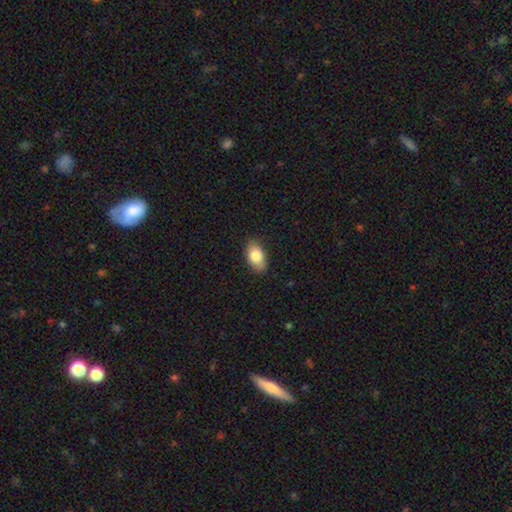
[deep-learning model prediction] This appears to be a smooth galaxy with no disk features (82%) that is in between round and cigar-shaped (91%). Merging: none (86%).